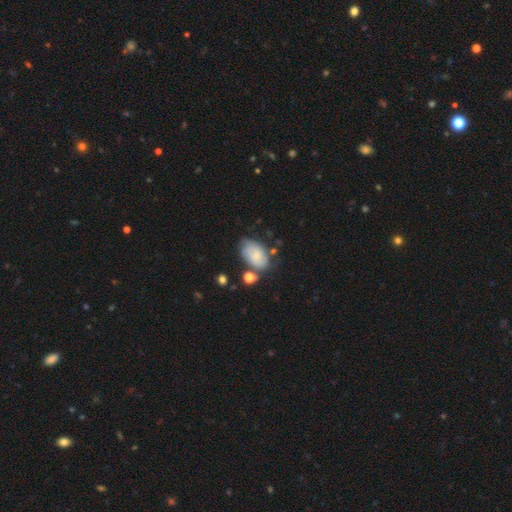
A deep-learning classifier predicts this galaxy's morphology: type=smooth (60%); roundness=in between (88%); merging=none (53%).